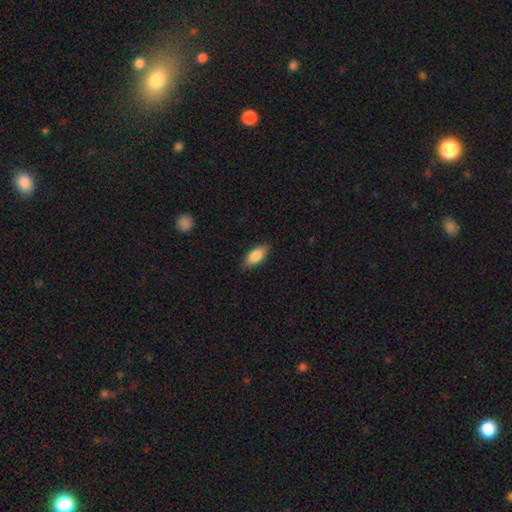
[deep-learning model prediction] smooth_or_featured: smooth (p=0.85) [alt: featured or disk p=0.09]
how_rounded: in between (p=0.88) [alt: cigar-shaped p=0.09]
merging: none (p=0.85) [alt: minor disturbance p=0.11]